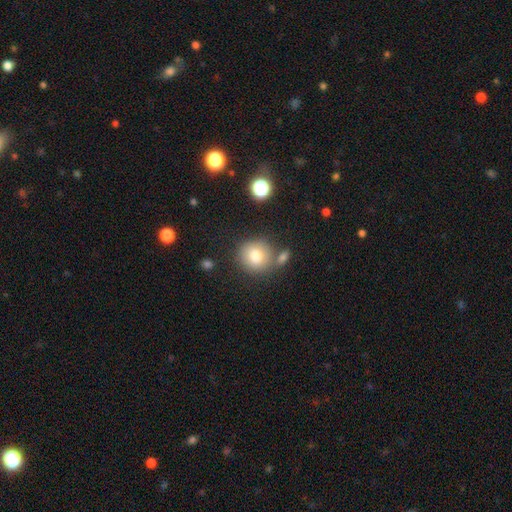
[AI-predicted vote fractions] Smooth or featured? Predicted: smooth (p=0.78). How rounded? Predicted: round (p=0.89). Merging? Predicted: none (p=0.70).